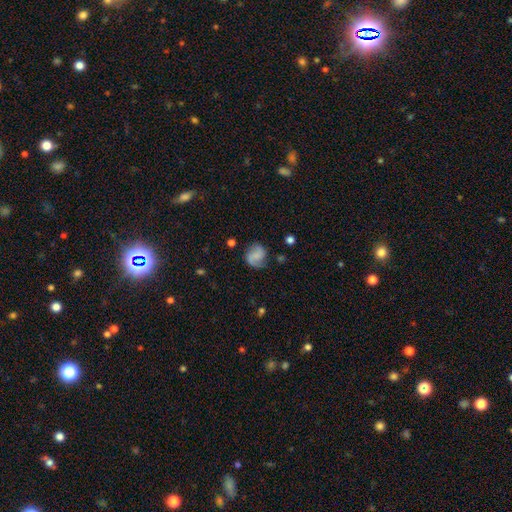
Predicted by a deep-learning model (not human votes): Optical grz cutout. It shows a featured or disk galaxy (56%) with no bar (54%), spiral arms (92%) and no central bulge (52%). Merging: none (68%).